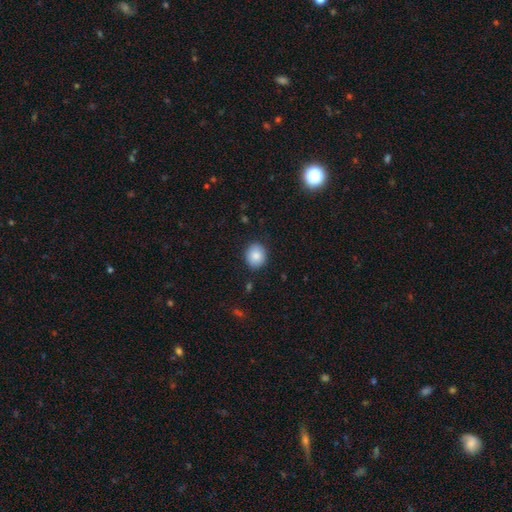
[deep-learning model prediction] This is clearly a smooth galaxy (86%). How rounded: likely round (68%). Merging: clearly none (87%).